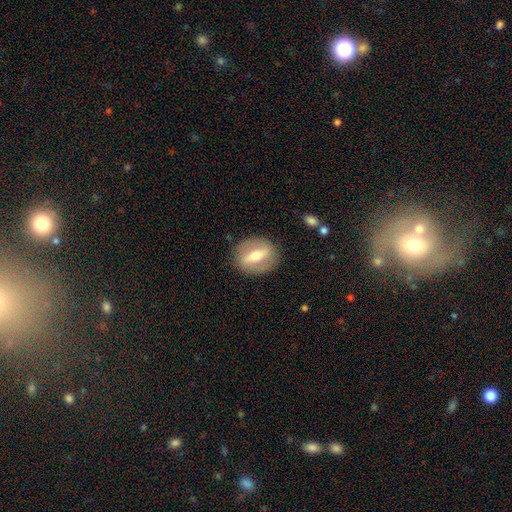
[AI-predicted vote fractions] A featured or disk galaxy (61%).

Vote fractions:
- Smooth or featured? featured or disk: 61% / smooth: 33% / star or artifact: 6%
- Edge-on disk? no: 78% / yes: 22%
- Merging? none: 86% / minor disturbance: 9% / major disturbance: 4% / merger: 1%